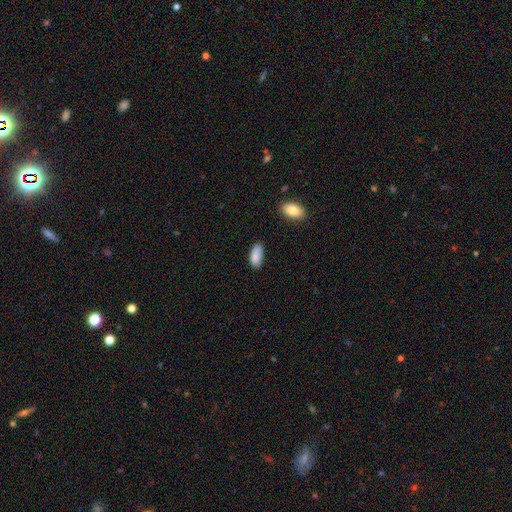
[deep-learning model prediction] A smooth galaxy with no disk features (88%) that is in between round and cigar-shaped (90%).

Vote fractions:
- Smooth or featured? smooth: 88% / star or artifact: 7% / featured or disk: 5%
- How rounded? in between: 90% / cigar-shaped: 8% / round: 2%
- Merging? none: 80% / minor disturbance: 16% / major disturbance: 3% / merger: 2%